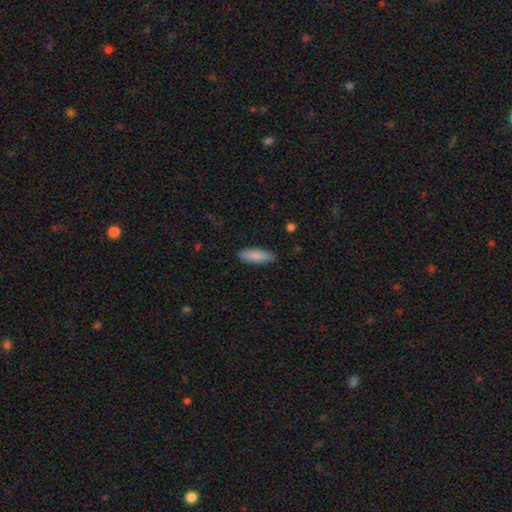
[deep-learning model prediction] A smooth galaxy with no disk features (87%) that is in between round and cigar-shaped (59%).

Vote fractions:
- Smooth or featured? smooth: 87% / featured or disk: 7% / star or artifact: 6%
- How rounded? in between: 59% / cigar-shaped: 39% / round: 2%
- Merging? none: 88% / minor disturbance: 10% / major disturbance: 2% / merger: 1%